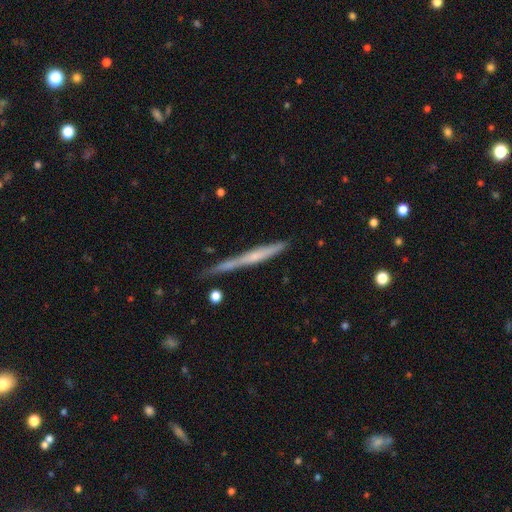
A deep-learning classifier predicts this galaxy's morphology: This appears to be a featured or disk galaxy (53%) viewed edge-on (95%) with no central bulge (63%). Merging: none (70%).